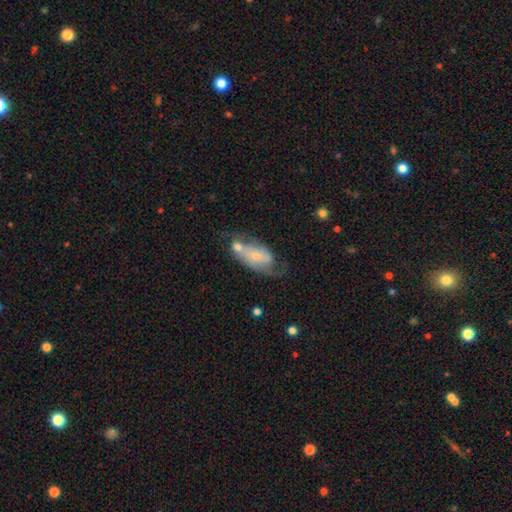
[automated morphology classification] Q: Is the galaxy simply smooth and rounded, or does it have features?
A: featured or disk — 56%.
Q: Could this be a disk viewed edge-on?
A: no — 93%.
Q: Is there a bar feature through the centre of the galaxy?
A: no — 66%.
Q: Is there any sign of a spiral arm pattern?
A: yes — 66%.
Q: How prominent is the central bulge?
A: small — 63%.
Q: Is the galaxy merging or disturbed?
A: none — 32%.